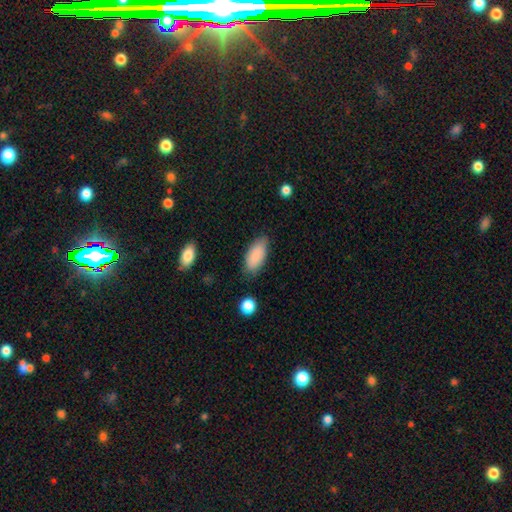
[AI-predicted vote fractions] Q: Smooth or featured?
A: smooth (88%); runner-up: star or artifact (7%)
Q: How rounded?
A: in between (90%); runner-up: cigar-shaped (8%)
Q: Merging?
A: none (76%); runner-up: minor disturbance (18%)